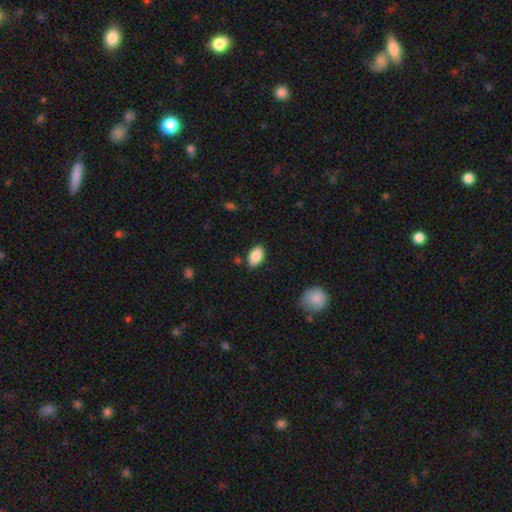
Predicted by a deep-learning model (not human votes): Smooth or featured? Predicted: smooth (p=0.88). How rounded? Predicted: in between (p=0.93). Merging? Predicted: none (p=0.84).